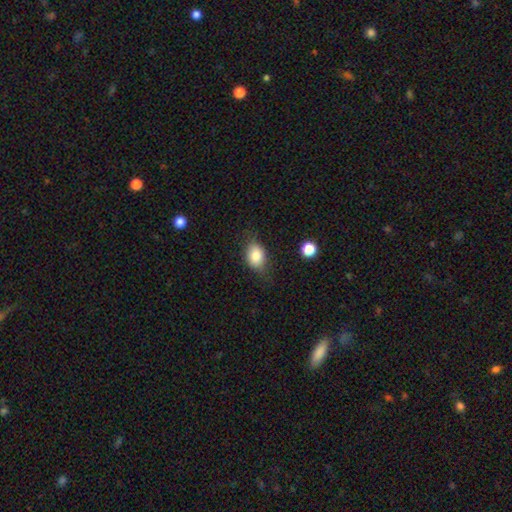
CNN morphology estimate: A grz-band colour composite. It shows a smooth galaxy with no disk features (82%) that is in between round and cigar-shaped (72%). Merging: none (71%).